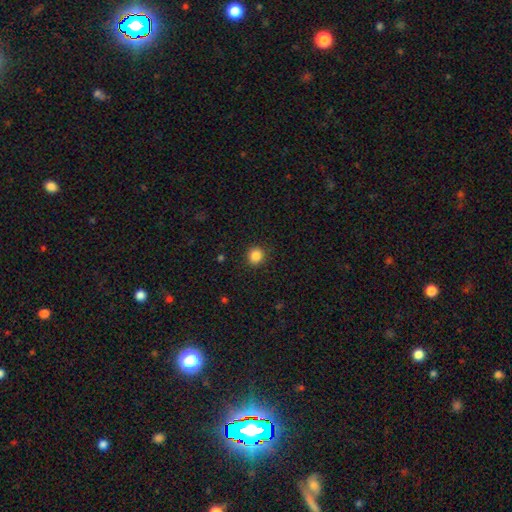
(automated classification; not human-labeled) smooth 86%, star or artifact 11%, featured or disk 3%. Down the decision tree: how rounded — round (88%); merging — none (90%).